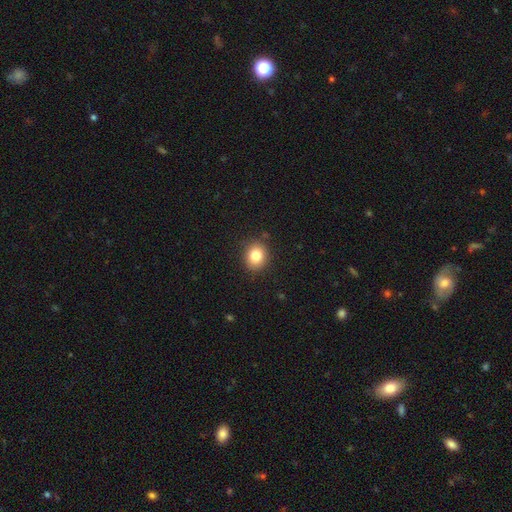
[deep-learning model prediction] A smooth galaxy with no disk features (82%) that is round (68%).

Vote fractions:
- Smooth or featured? smooth: 82% / star or artifact: 10% / featured or disk: 8%
- How rounded? round: 68% / in between: 31% / cigar-shaped: 1%
- Merging? none: 88% / minor disturbance: 8% / major disturbance: 2% / merger: 1%